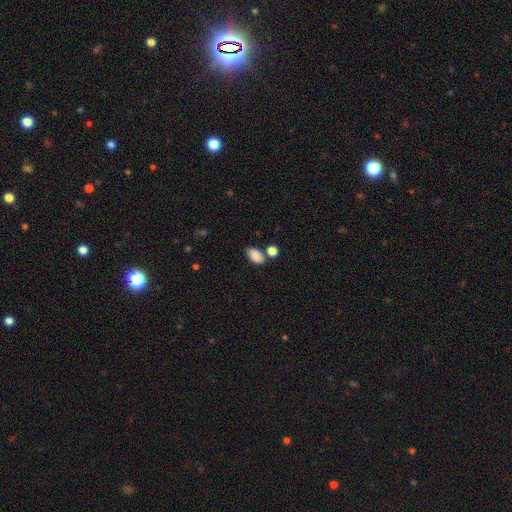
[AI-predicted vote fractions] Smooth or featured?
  - smooth: 85% *
  - star or artifact: 9%
  - featured or disk: 6%
How rounded?
  - in between: 91% *
  - round: 7%
  - cigar-shaped: 2%
Merging?
  - none: 61% *
  - merger: 18%
  - minor disturbance: 16%
  - major disturbance: 5%